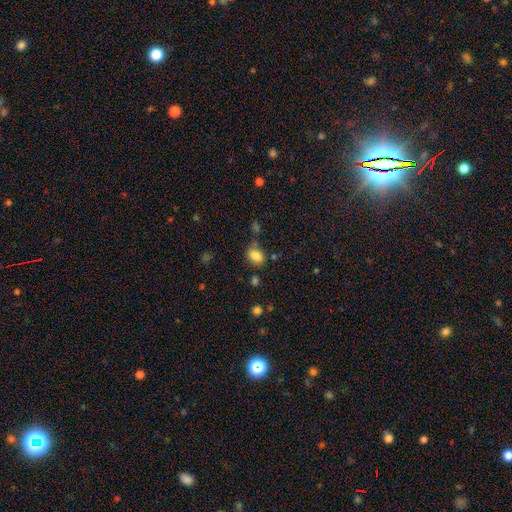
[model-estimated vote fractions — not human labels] Smooth or featured? smooth (83%)
How rounded? in between (77%)
Merging? none (62%)